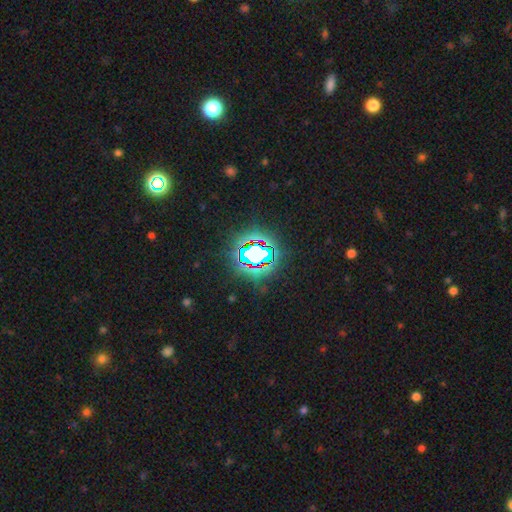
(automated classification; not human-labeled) The model was most divided on "smooth or featured": star or artifact: 72%, smooth: 17%, featured or disk: 11%.